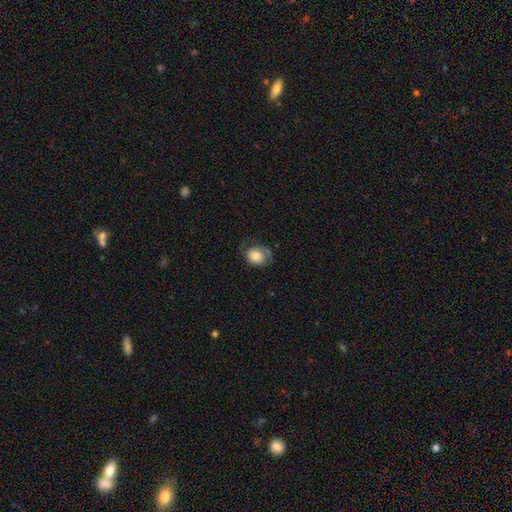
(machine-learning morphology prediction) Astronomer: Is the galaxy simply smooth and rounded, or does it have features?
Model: smooth — 61%.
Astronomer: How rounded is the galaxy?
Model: round — 56% (runner-up: in between, 43%).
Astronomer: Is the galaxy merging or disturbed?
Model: none — 50% (runner-up: minor disturbance, 28%).